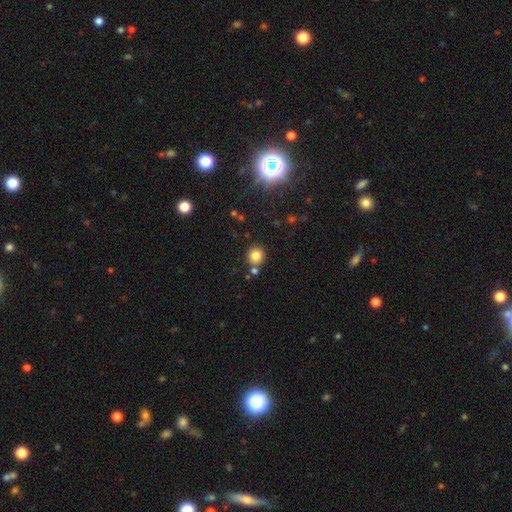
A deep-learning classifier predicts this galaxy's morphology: smooth-or-featured: smooth: 81% | star or artifact: 13% | featured or disk: 7%
  how-rounded: round: 91% | in between: 8% | cigar-shaped: 1%
  merging: none: 78% | merger: 11% | minor disturbance: 8% | major disturbance: 3%